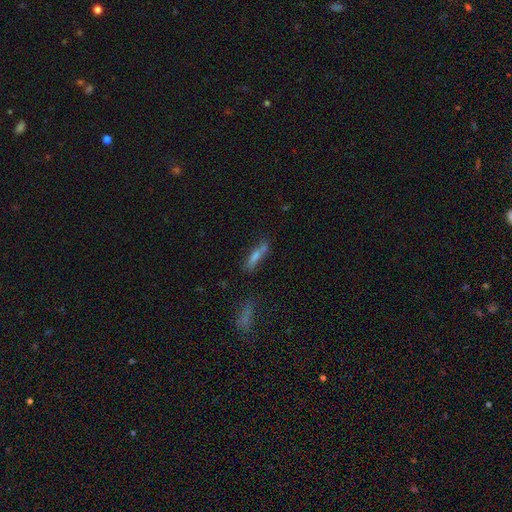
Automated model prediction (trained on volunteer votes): This appears to be a smooth galaxy with no disk features (54%) that is cigar-shaped (74%). Merging: none (60%).